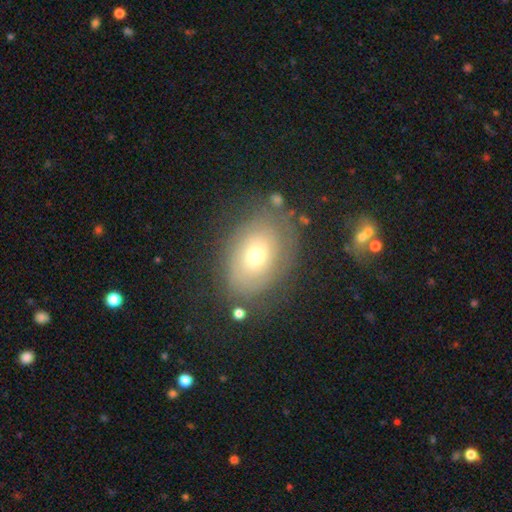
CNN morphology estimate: This appears to be a smooth galaxy with no disk features (53%) that is in between round and cigar-shaped (77%). Merging: none (71%).